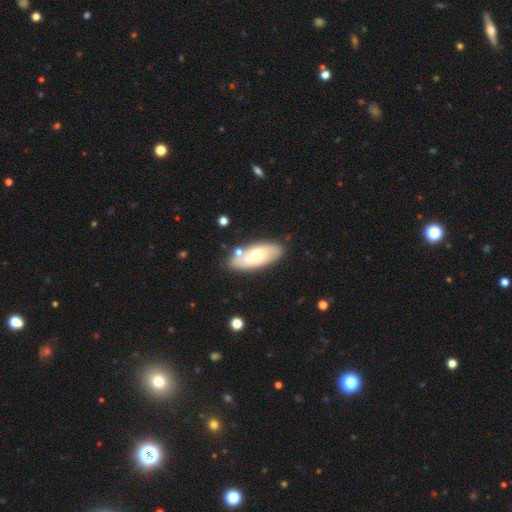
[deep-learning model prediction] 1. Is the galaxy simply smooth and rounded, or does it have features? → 55% smooth, 39% featured or disk, 6% star or artifact.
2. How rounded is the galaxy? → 84% in between, 14% cigar-shaped, 2% round.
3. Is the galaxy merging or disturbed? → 77% none, 13% minor disturbance, 7% merger, 3% major disturbance.